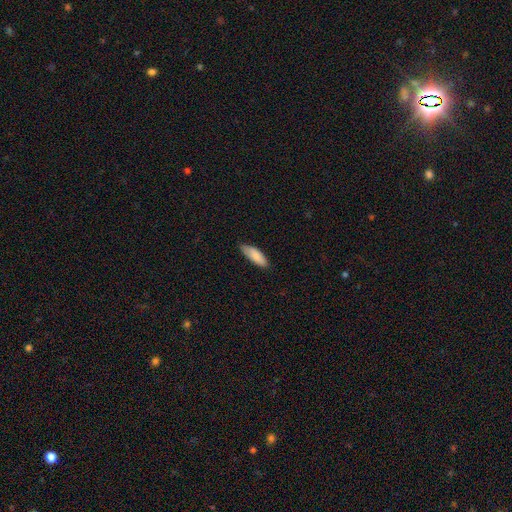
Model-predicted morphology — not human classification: type=smooth (86%); roundness=in between (65%); merging=none (76%).